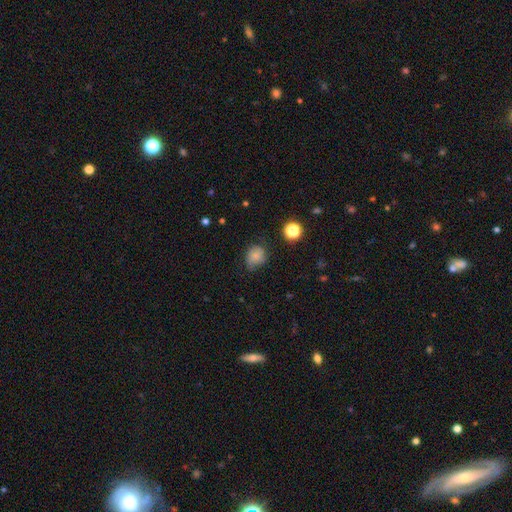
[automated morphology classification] Smooth or featured? smooth (78%)
How rounded? round (66%)
Merging? none (59%)